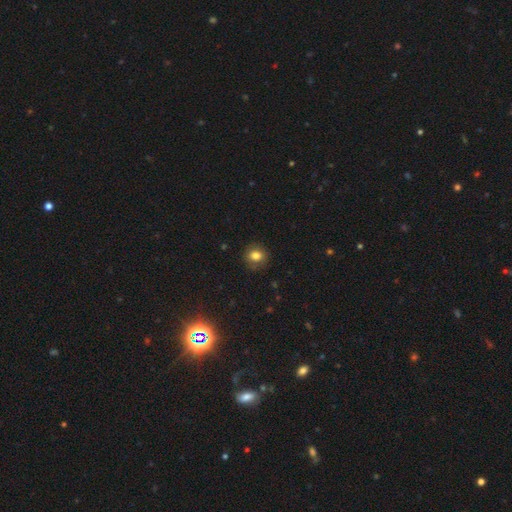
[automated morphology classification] Smooth or featured? smooth (81%)
How rounded? round (67%)
Merging? none (84%)